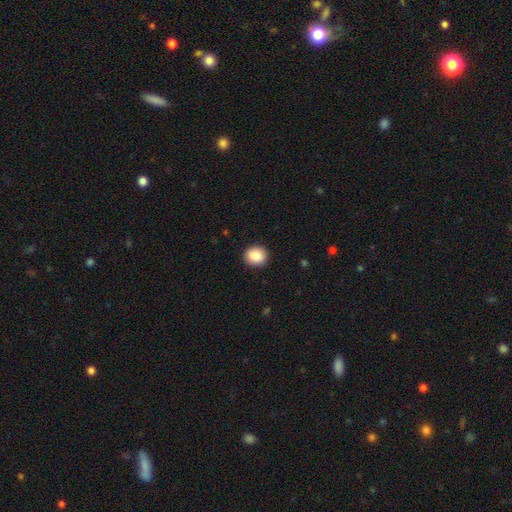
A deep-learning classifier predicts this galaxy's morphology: A smooth galaxy with no disk features (89%) that is round (82%). Merging: none (91%).